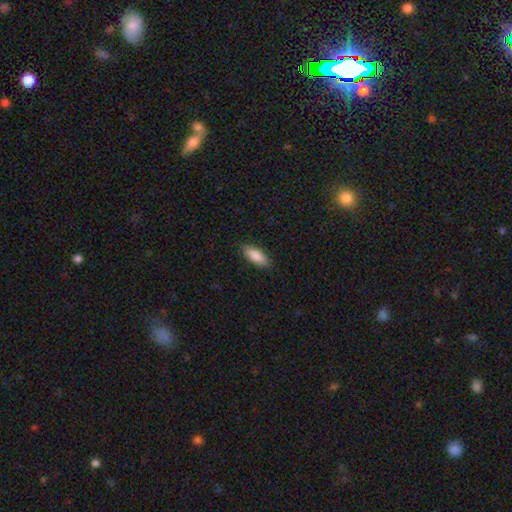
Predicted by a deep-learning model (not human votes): Smooth or featured? Predicted: smooth (p=0.89). How rounded? Predicted: in between (p=0.75). Merging? Predicted: none (p=0.87).